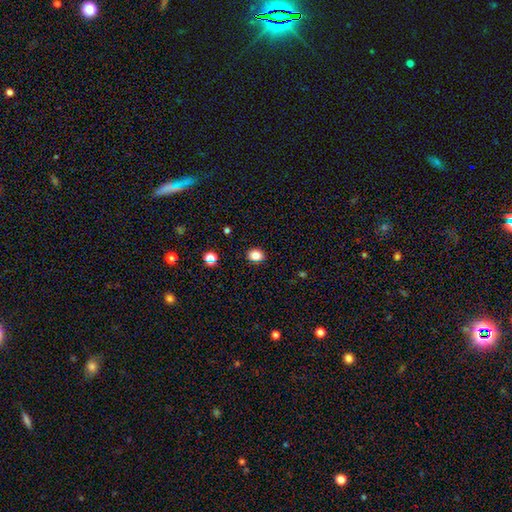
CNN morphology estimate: This appears to be a smooth galaxy with no disk features (83%) that is round (61%). Merging: none (89%).